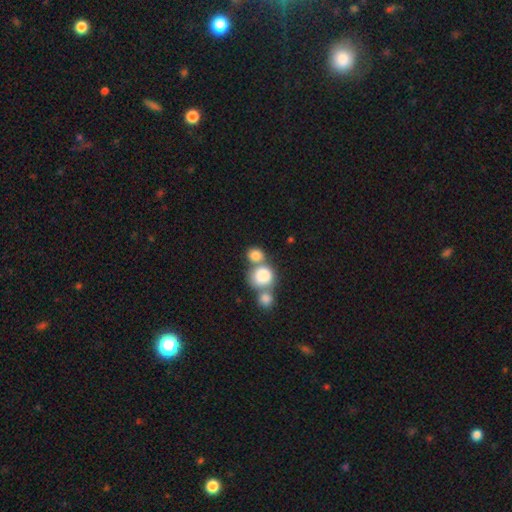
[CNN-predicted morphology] Smooth or featured: smooth — 81% (featured or disk — 10%)
How rounded: round — 69% (in between — 29%)
Merging: merger — 54% (none — 34%)